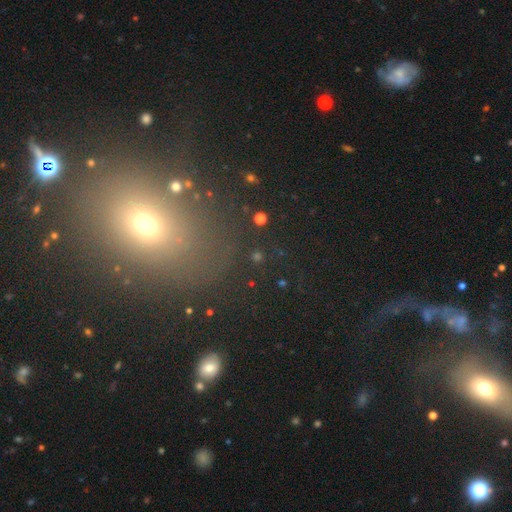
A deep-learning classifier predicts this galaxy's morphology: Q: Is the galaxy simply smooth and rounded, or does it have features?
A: smooth — 44%.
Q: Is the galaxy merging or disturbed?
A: none — 71%.